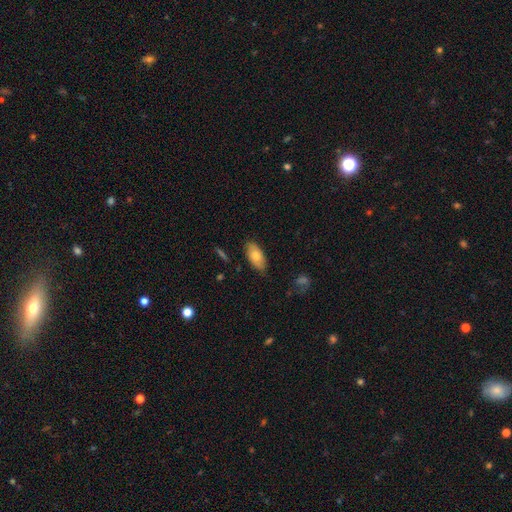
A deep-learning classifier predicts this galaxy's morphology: This appears to be a smooth galaxy with no disk features (74%) that is in between round and cigar-shaped (91%). Merging: none (80%).